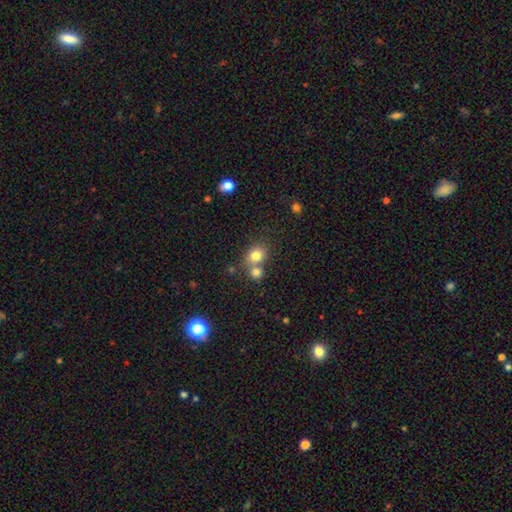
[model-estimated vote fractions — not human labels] Smooth or featured?
  - smooth: 79% *
  - star or artifact: 12%
  - featured or disk: 9%
How rounded?
  - round: 71% *
  - in between: 29%
  - cigar-shaped: 1%
Merging?
  - none: 49% *
  - merger: 40%
  - minor disturbance: 8%
  - major disturbance: 3%